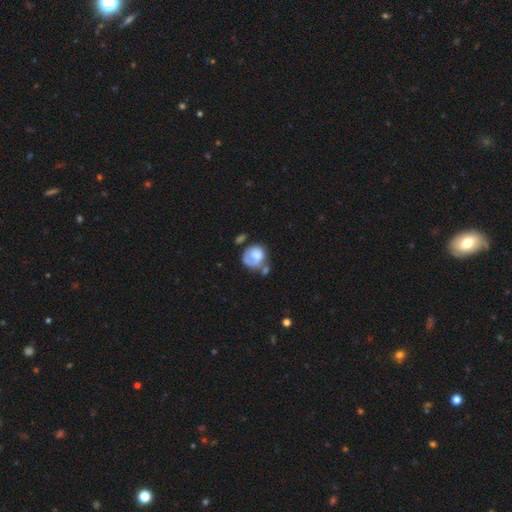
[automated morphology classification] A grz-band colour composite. It shows a smooth galaxy with no disk features (58%) that is round (72%). Merging: none (38%).